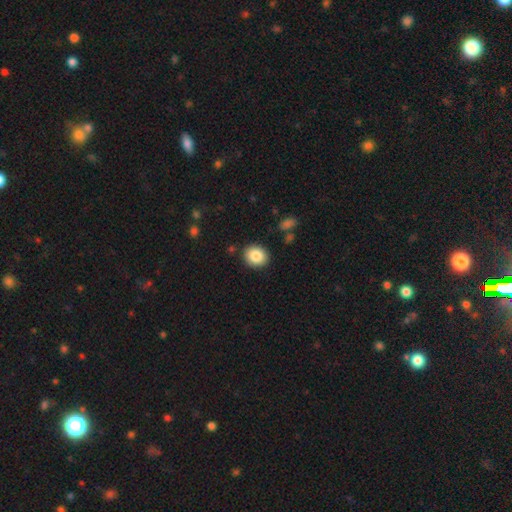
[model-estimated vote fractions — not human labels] Morphology: type=smooth (85%); roundness=round (69%); merging=none (89%).